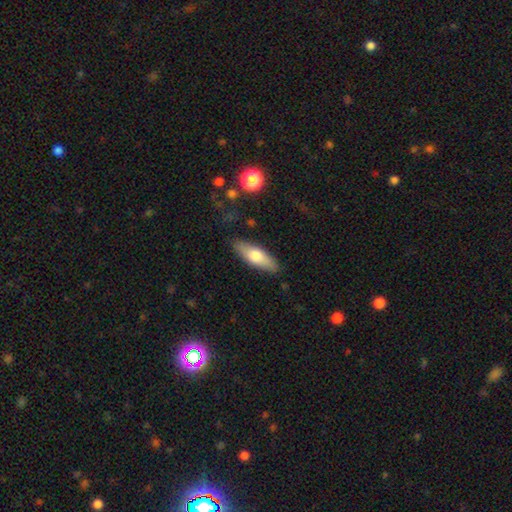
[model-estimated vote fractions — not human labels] Q: Smooth or featured?
A: smooth (65%); runner-up: featured or disk (29%)
Q: How rounded?
A: in between (59%); runner-up: cigar-shaped (38%)
Q: Merging?
A: none (86%); runner-up: minor disturbance (11%)